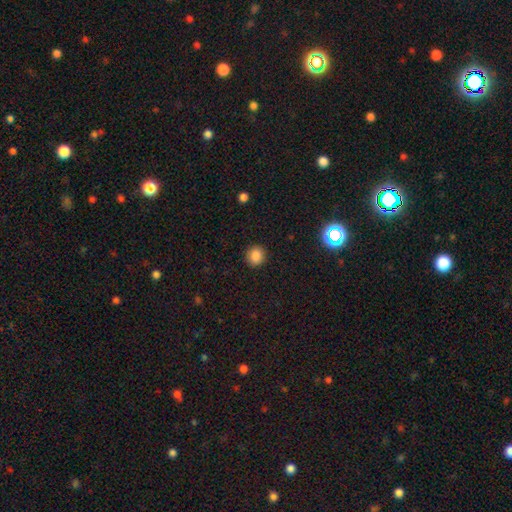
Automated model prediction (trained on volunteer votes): Smooth or featured? smooth (84%)
How rounded? round (91%)
Merging? none (91%)